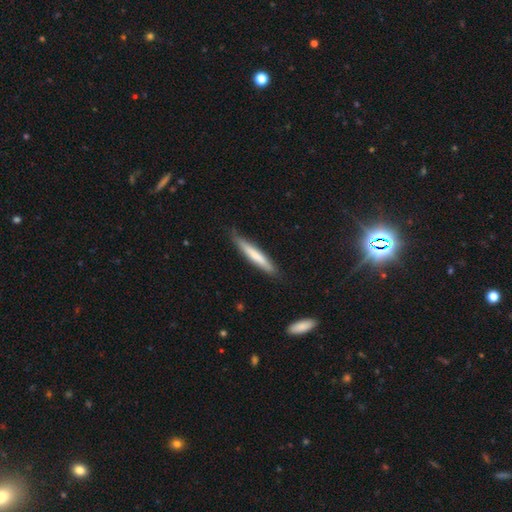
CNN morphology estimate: This appears to be a smooth galaxy with no disk features (67%) that is cigar-shaped (94%). Merging: none (81%).